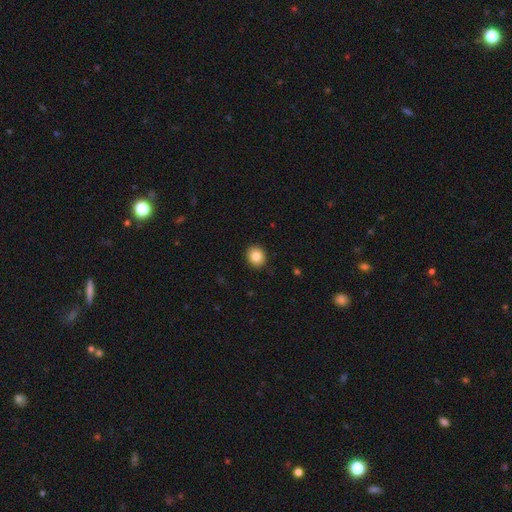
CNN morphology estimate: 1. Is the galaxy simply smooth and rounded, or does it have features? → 84% smooth, 9% star or artifact, 7% featured or disk.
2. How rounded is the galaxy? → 75% round, 24% in between, 1% cigar-shaped.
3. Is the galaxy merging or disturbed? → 91% none, 7% minor disturbance, 2% major disturbance, 1% merger.